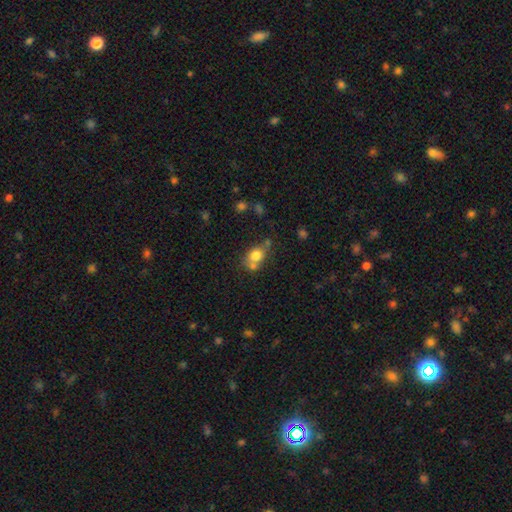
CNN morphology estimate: The model was most divided on "how rounded": round: 52%, in between: 47%, cigar-shaped: 1%. Remaining: smooth or featured — smooth (76%); merging — none (44%).